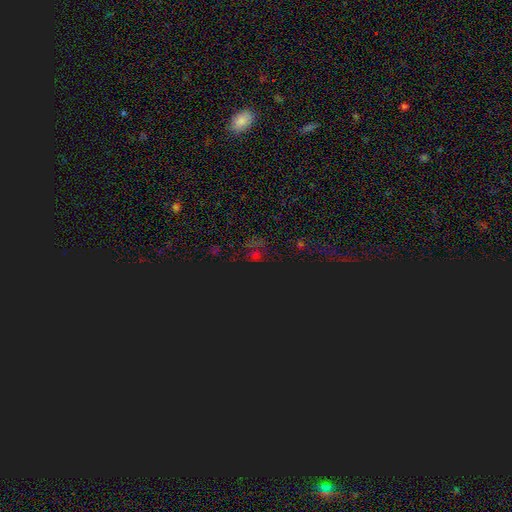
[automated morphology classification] Smooth or featured? Predicted: star or artifact (p=0.75).